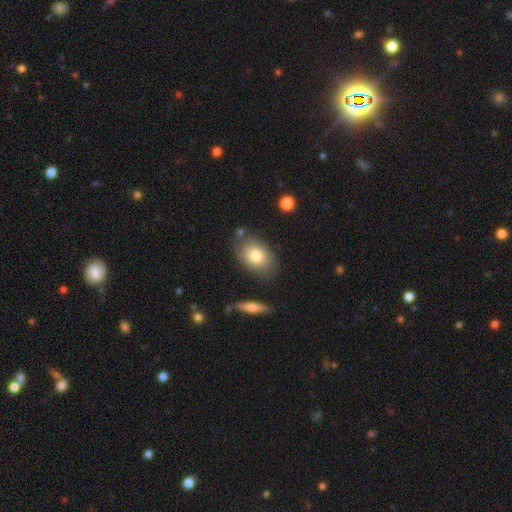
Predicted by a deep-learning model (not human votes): Q: Smooth or featured?
A: smooth (77%); runner-up: featured or disk (15%)
Q: How rounded?
A: in between (83%); runner-up: round (15%)
Q: Merging?
A: none (76%); runner-up: minor disturbance (15%)